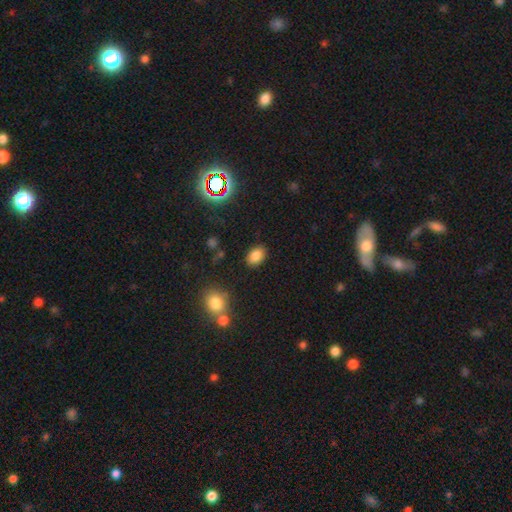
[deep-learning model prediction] Smooth or featured? Predicted: smooth (p=0.82). How rounded? Predicted: in between (p=0.80). Merging? Predicted: none (p=0.85).